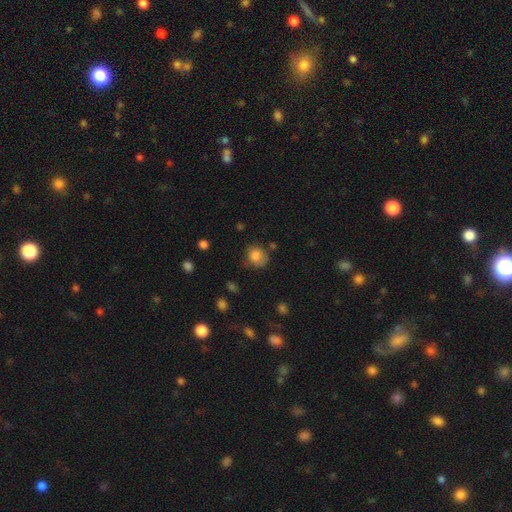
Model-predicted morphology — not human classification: smooth_or_featured: smooth (p=0.81) [alt: featured or disk p=0.10]
how_rounded: round (p=0.72) [alt: in between p=0.27]
merging: none (p=0.62) [alt: minor disturbance p=0.26]